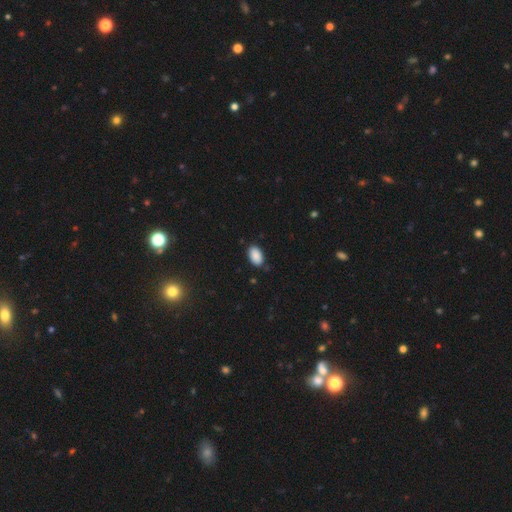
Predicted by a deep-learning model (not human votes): smooth 90%, star or artifact 7%, featured or disk 3%. Down the decision tree: how rounded — in between (94%); merging — none (85%).